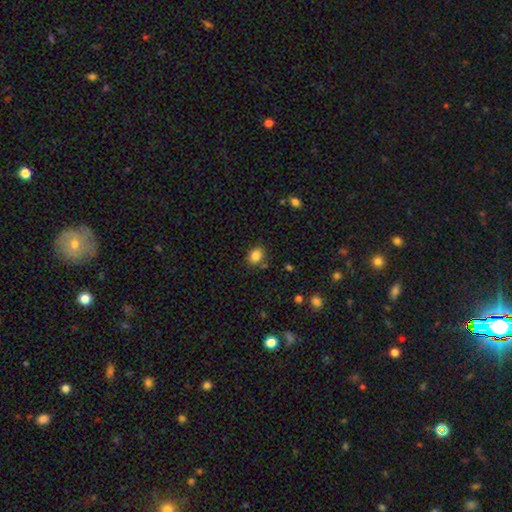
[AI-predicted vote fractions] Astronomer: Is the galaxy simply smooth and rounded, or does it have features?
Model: smooth — 84%.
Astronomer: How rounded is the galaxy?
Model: in between — 51% (runner-up: round, 48%).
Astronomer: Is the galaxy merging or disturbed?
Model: none — 78%.